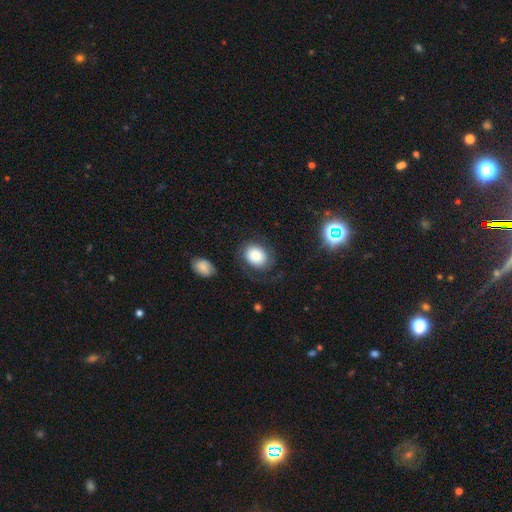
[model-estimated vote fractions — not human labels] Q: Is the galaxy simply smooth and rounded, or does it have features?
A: smooth — 74%.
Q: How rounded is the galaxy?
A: in between — 54%.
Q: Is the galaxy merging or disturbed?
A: none — 66%.